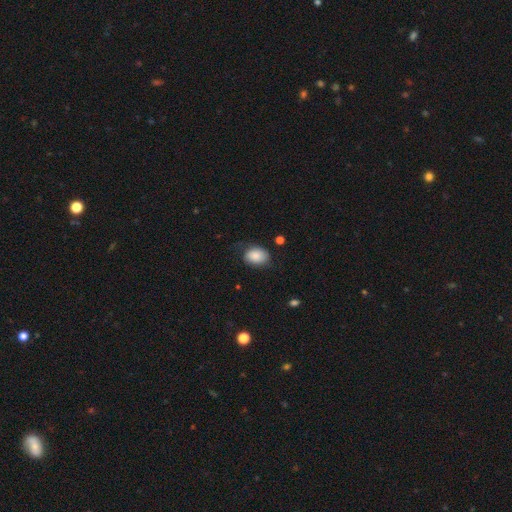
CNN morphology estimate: Overall: smooth (84%). How rounded: in between (76%). Merging: none (61%; minor disturbance 27%).